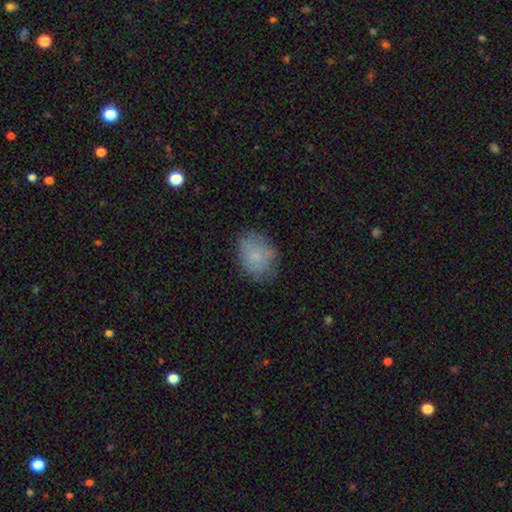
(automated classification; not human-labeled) The model was most divided on "how rounded": in between: 71%, round: 27%, cigar-shaped: 1%. More confident: smooth or featured — smooth (77%); merging — none (69%).